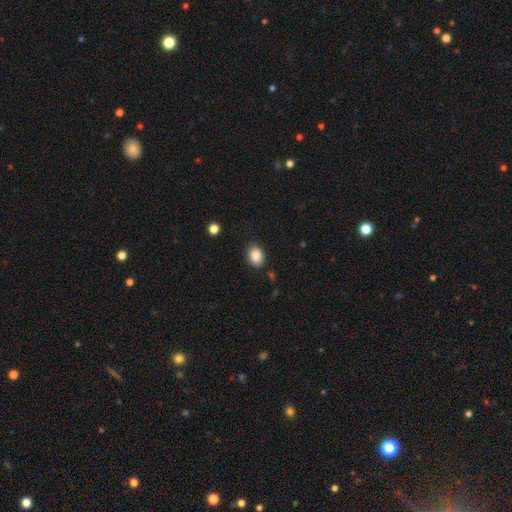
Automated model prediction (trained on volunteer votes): smooth 87%, star or artifact 8%, featured or disk 4%. Down the decision tree: how rounded — in between (68%); merging — none (84%).